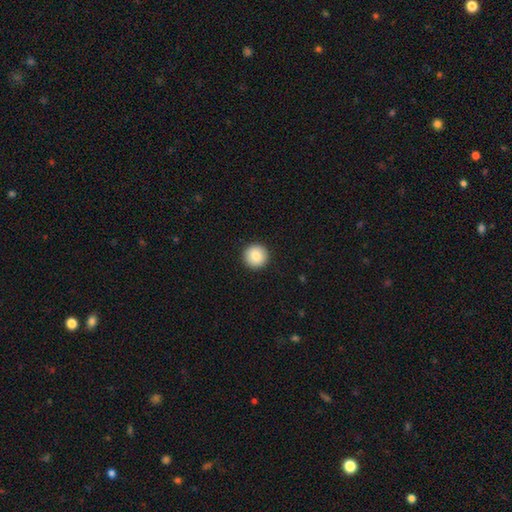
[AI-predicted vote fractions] Smooth or featured? smooth (87%)
How rounded? round (96%)
Merging? none (93%)